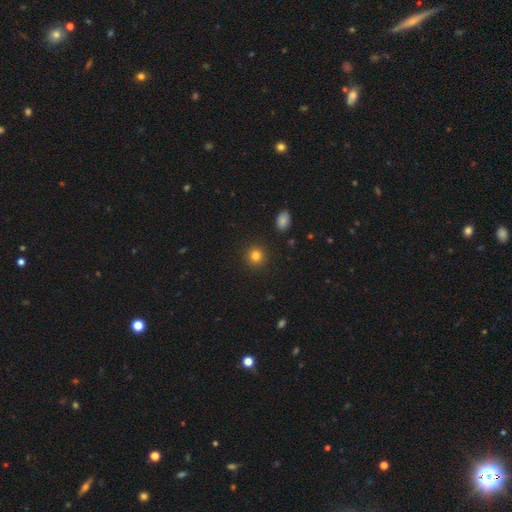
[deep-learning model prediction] This is clearly a smooth galaxy (82%). How rounded: clearly round (91%). Merging: clearly none (91%).